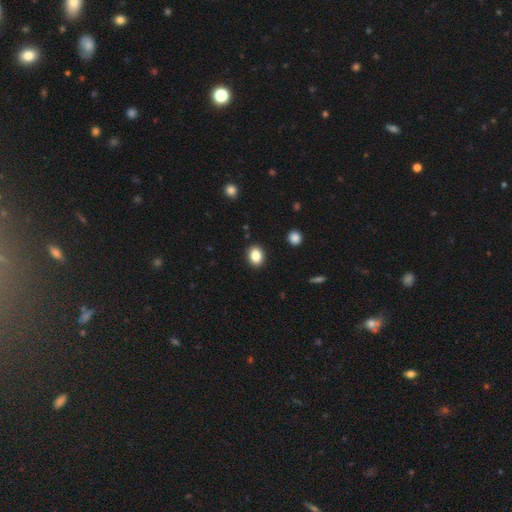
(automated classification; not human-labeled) Smooth or featured?
  - smooth: 85% *
  - star or artifact: 9%
  - featured or disk: 6%
How rounded?
  - in between: 56% *
  - round: 43%
  - cigar-shaped: 1%
Merging?
  - none: 90% *
  - minor disturbance: 7%
  - major disturbance: 2%
  - merger: 1%